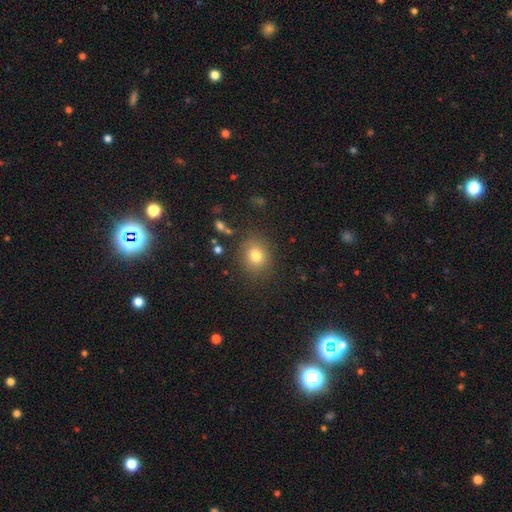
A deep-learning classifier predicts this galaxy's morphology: Q: Smooth or featured?
A: smooth (78%); runner-up: star or artifact (13%)
Q: How rounded?
A: round (73%); runner-up: in between (26%)
Q: Merging?
A: none (83%); runner-up: minor disturbance (10%)